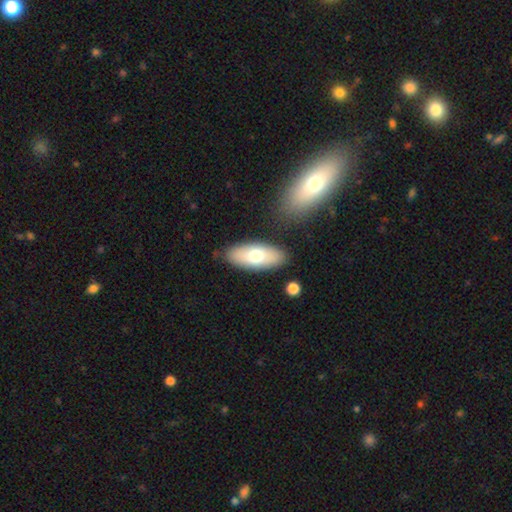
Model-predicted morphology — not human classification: This is likely a smooth galaxy (69%). How rounded: clearly in between (83%). Merging: clearly none (86%).